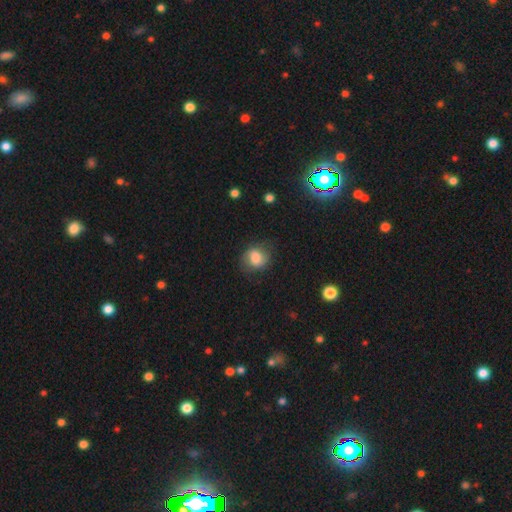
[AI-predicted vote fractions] Smooth or featured?
  - smooth: 71% *
  - featured or disk: 20%
  - star or artifact: 9%
How rounded?
  - round: 64% *
  - in between: 35%
  - cigar-shaped: 1%
Merging?
  - none: 69% *
  - minor disturbance: 20%
  - major disturbance: 9%
  - merger: 1%